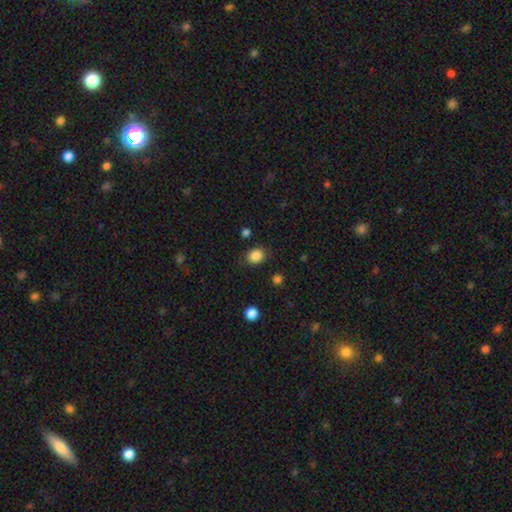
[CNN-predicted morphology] Overall: smooth (86%). How rounded: round (57%; in between 42%). Merging: none (83%).